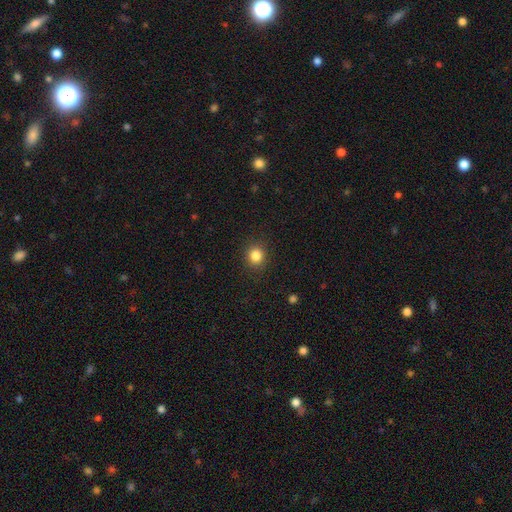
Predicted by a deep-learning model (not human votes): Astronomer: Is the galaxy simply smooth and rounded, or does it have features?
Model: smooth — 84%.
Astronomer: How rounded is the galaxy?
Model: round — 88%.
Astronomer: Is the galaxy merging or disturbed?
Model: none — 90%.